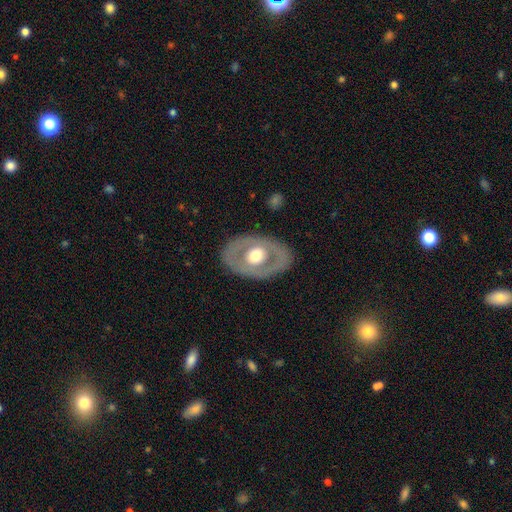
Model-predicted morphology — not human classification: This is possibly a featured or disk galaxy (57%). It is clearly not viewed edge-on (90%). Bar: clearly no (87%). Spiral arm pattern: clearly no (90%). Central bulge: possibly moderate (59%). Merging: clearly none (83%).